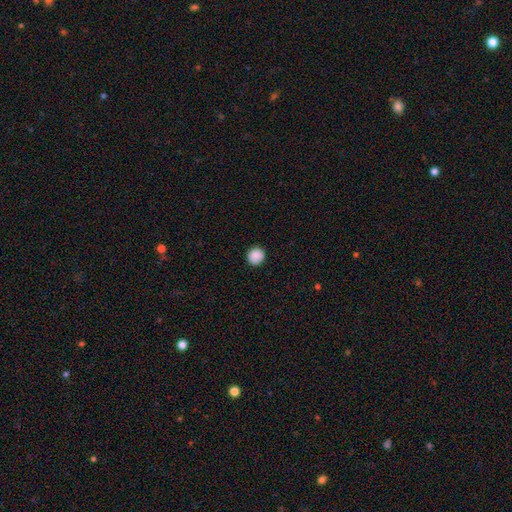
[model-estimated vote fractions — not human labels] This is clearly a smooth galaxy (89%). How rounded: clearly round (92%). Merging: clearly none (92%).